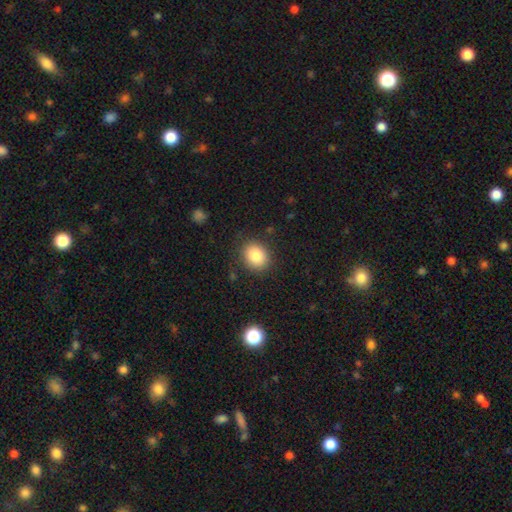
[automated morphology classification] Q: Smooth or featured?
A: smooth (84%); runner-up: star or artifact (9%)
Q: How rounded?
A: round (60%); runner-up: in between (39%)
Q: Merging?
A: none (86%); runner-up: minor disturbance (10%)